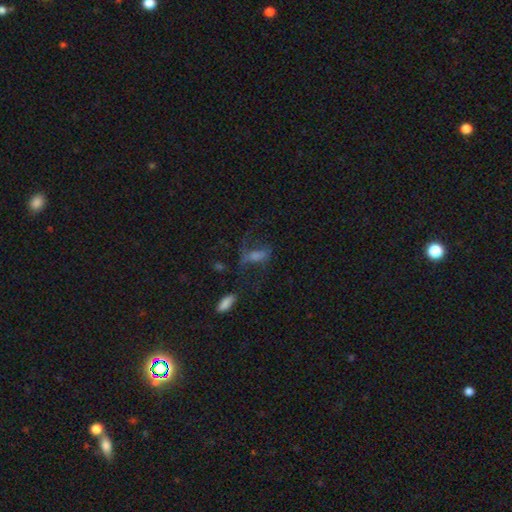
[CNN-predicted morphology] type=featured or disk (39%); merging=none (46%).